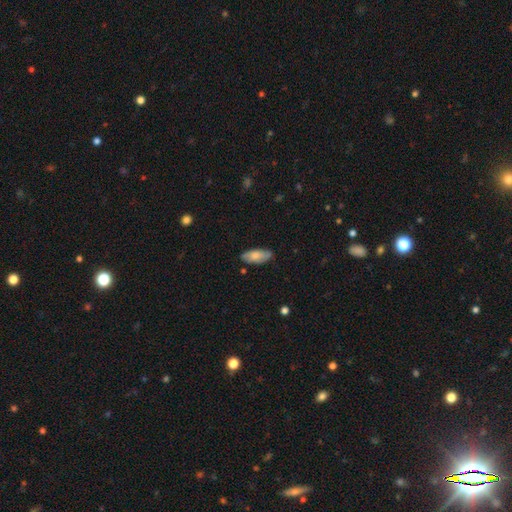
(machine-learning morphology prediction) The model was most divided on "smooth or featured": smooth: 72%, featured or disk: 22%, star or artifact: 6%. More confident: how rounded — in between (84%); merging — none (79%).